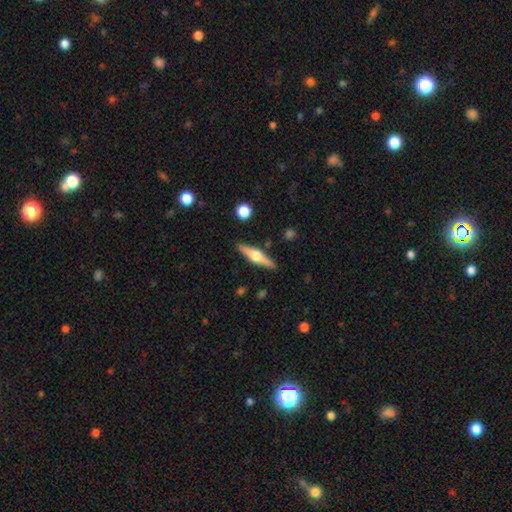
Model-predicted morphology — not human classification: featured or disk 67%, smooth 27%, star or artifact 6%. Down the decision tree: edge-on disk — yes (97%); edge-on bulge — rounded (94%); merging — none (89%).